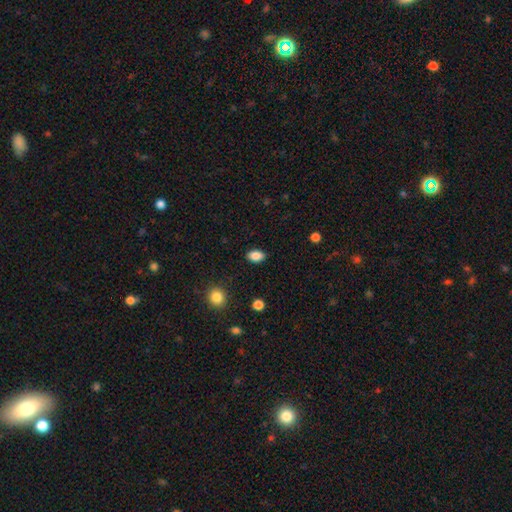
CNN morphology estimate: type=smooth (87%); roundness=in between (85%); merging=none (88%).